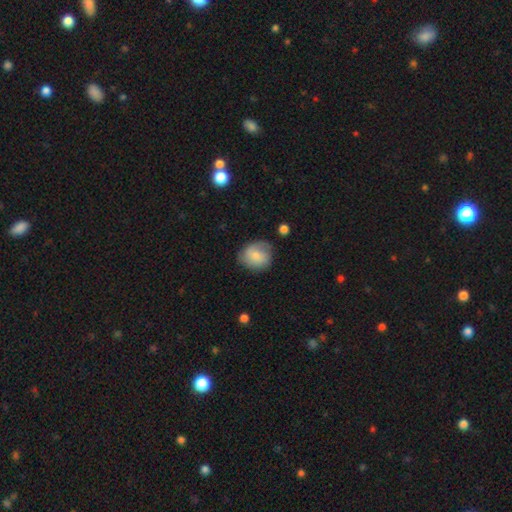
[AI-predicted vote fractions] Smooth or featured? smooth (71%)
How rounded? round (71%)
Merging? none (64%)